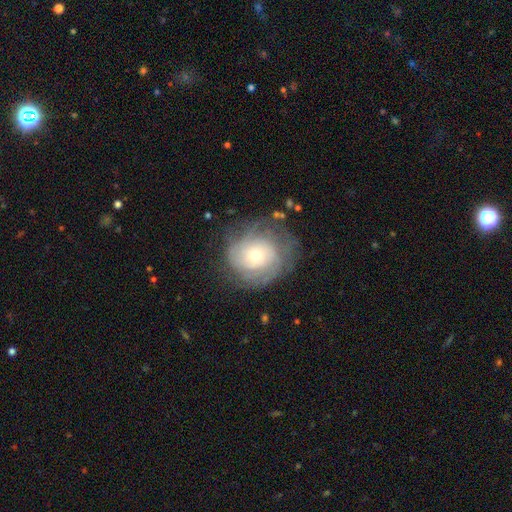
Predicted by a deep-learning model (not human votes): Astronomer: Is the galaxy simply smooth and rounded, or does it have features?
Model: featured or disk — 67%.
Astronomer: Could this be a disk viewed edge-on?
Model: no — 97%.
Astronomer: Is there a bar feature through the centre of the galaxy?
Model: no — 80%.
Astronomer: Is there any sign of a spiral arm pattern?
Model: yes — 83%.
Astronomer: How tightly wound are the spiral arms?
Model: tight — 65%.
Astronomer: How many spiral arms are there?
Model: can't tell — 49%.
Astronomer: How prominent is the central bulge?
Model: moderate — 47% (runner-up: small, 46%).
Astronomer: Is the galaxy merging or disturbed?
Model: none — 65%.